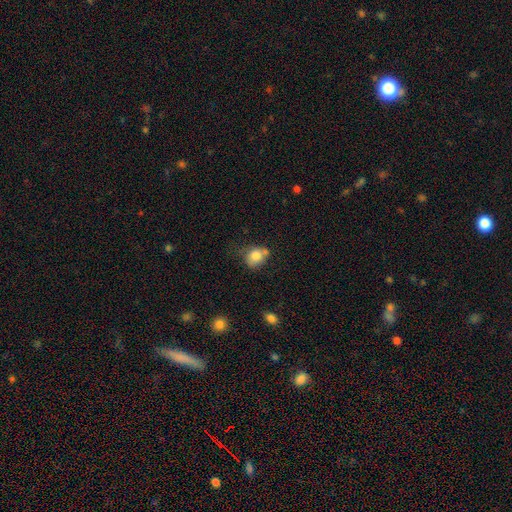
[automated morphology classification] Q: Smooth or featured?
A: smooth (80%); runner-up: featured or disk (11%)
Q: How rounded?
A: round (61%); runner-up: in between (38%)
Q: Merging?
A: none (44%); runner-up: minor disturbance (27%)